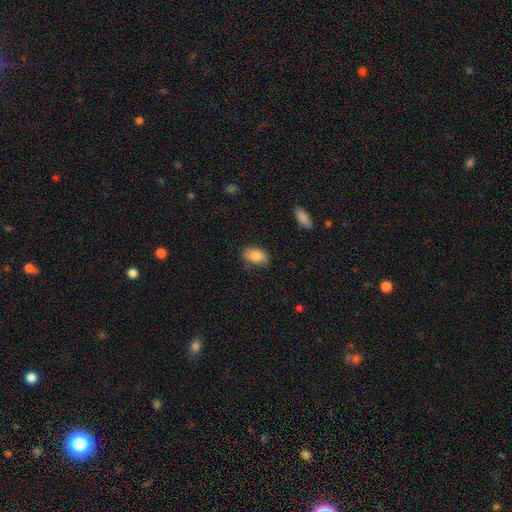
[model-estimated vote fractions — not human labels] Smooth or featured? smooth (86%)
How rounded? in between (90%)
Merging? none (81%)